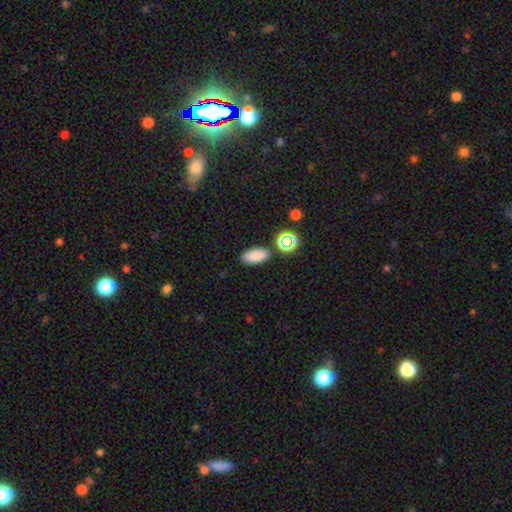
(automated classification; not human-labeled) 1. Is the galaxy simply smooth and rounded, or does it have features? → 81% smooth, 12% star or artifact, 6% featured or disk.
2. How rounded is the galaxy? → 87% in between, 8% cigar-shaped, 5% round.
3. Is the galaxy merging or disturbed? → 84% none, 10% minor disturbance, 4% merger, 3% major disturbance.